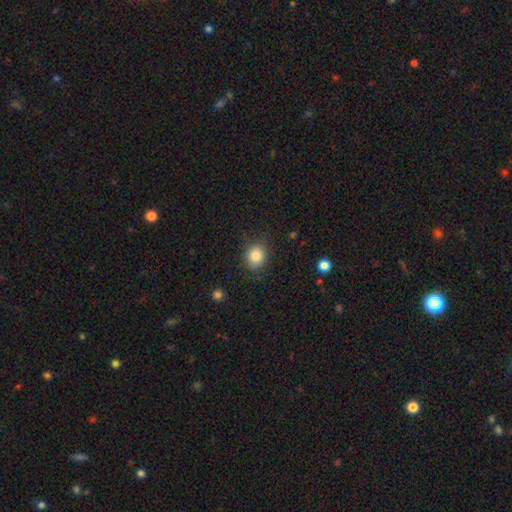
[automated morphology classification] Smooth or featured?
  - smooth: 84% *
  - star or artifact: 10%
  - featured or disk: 6%
How rounded?
  - round: 67% *
  - in between: 32%
  - cigar-shaped: 1%
Merging?
  - none: 83% *
  - minor disturbance: 13%
  - major disturbance: 3%
  - merger: 1%